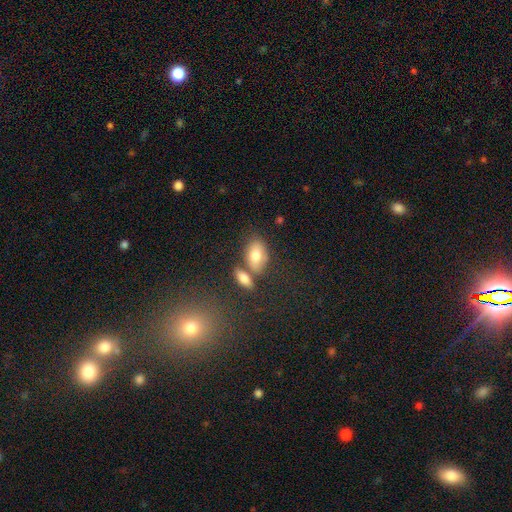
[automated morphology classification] Overall: smooth (75%). How rounded: in between (89%). Merging: none (59%; merger 23%).